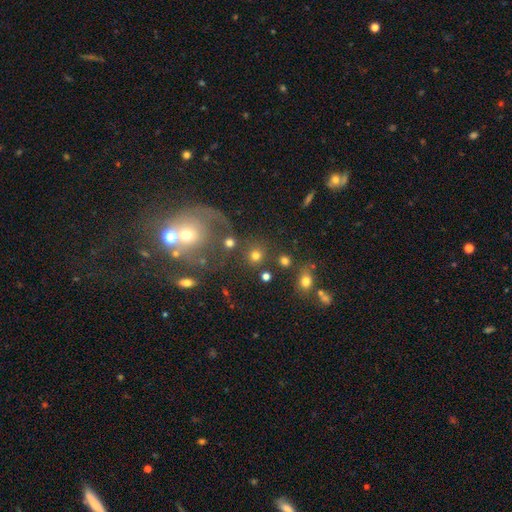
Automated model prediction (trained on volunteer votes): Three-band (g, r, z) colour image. It shows a smooth galaxy with no disk features (76%) that is round (91%). Merging: none (77%).